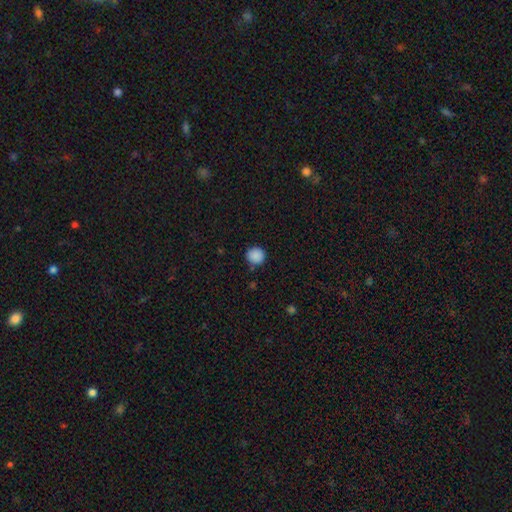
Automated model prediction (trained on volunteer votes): The model was most divided on "merging": none: 85%, minor disturbance: 10%, merger: 3%, major disturbance: 2%. More confident: how rounded — round (92%); smooth or featured — smooth (88%).